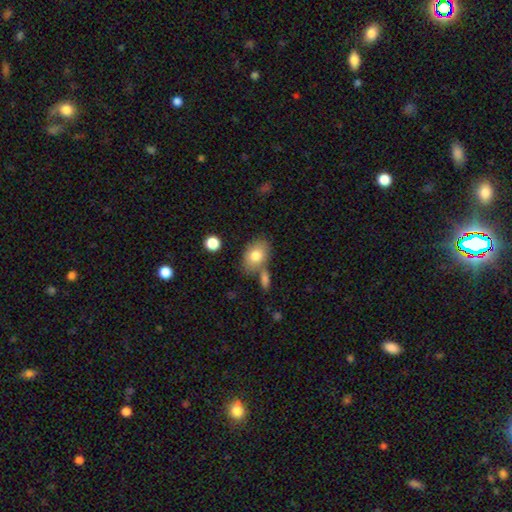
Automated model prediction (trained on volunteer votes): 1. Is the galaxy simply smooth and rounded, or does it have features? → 77% smooth, 15% featured or disk, 7% star or artifact.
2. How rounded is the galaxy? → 80% in between, 18% round, 1% cigar-shaped.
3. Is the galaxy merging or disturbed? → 59% none, 20% merger, 16% minor disturbance, 5% major disturbance.